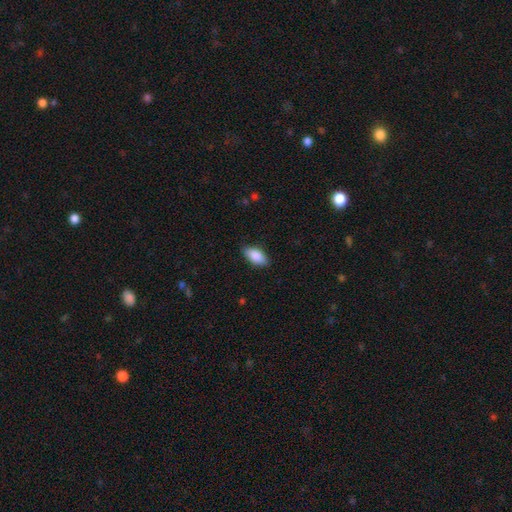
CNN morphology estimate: A smooth galaxy with no disk features (88%) that is in between round and cigar-shaped (92%). Merging: none (84%).